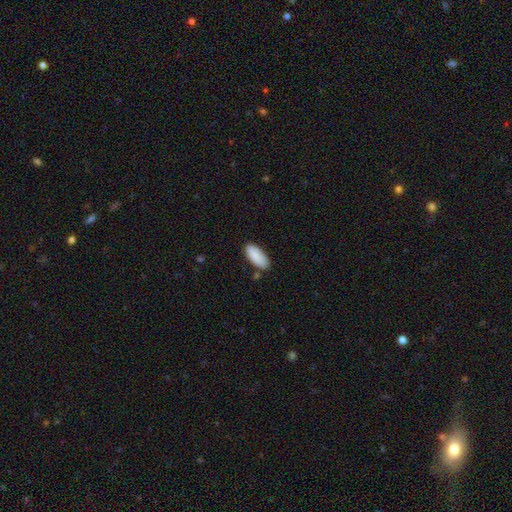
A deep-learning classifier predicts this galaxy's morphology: smooth_or_featured: smooth (p=0.87) [alt: featured or disk p=0.06]
how_rounded: in between (p=0.85) [alt: cigar-shaped p=0.13]
merging: none (p=0.79) [alt: minor disturbance p=0.14]